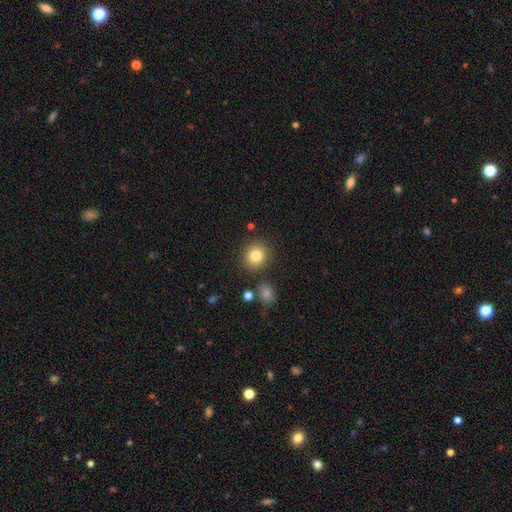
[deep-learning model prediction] A smooth galaxy with no disk features (82%) that is round (84%).

Vote fractions:
- Smooth or featured? smooth: 82% / star or artifact: 10% / featured or disk: 8%
- How rounded? round: 84% / in between: 15% / cigar-shaped: 1%
- Merging? none: 85% / minor disturbance: 8% / merger: 4% / major disturbance: 3%